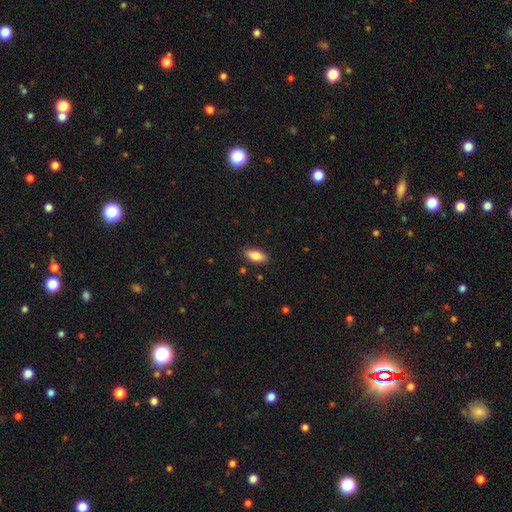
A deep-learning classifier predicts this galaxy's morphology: A smooth galaxy with no disk features (83%) that is in between round and cigar-shaped (87%).

Vote fractions:
- Smooth or featured? smooth: 83% / featured or disk: 10% / star or artifact: 7%
- How rounded? in between: 87% / cigar-shaped: 11% / round: 2%
- Merging? none: 87% / minor disturbance: 9% / major disturbance: 2% / merger: 1%